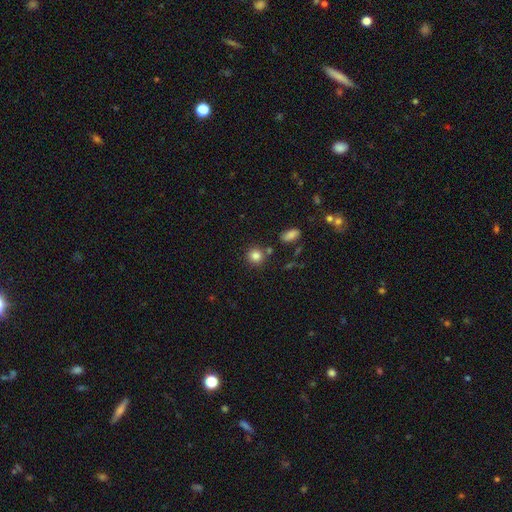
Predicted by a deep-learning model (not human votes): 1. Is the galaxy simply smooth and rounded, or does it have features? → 83% smooth, 11% star or artifact, 6% featured or disk.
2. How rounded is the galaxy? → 89% round, 10% in between, 1% cigar-shaped.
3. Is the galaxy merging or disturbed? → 78% none, 10% merger, 9% minor disturbance, 3% major disturbance.